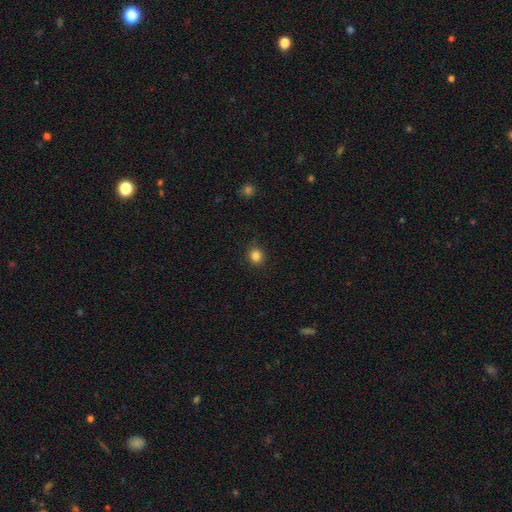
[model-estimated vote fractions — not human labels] This appears to be a smooth galaxy with no disk features (84%) that is round (85%). Merging: none (89%).